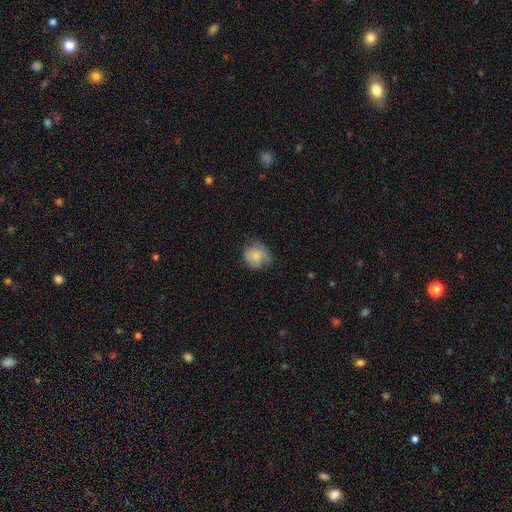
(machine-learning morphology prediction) Smooth or featured? Predicted: smooth (p=0.71). How rounded? Predicted: round (p=0.78). Merging? Predicted: none (p=0.57).